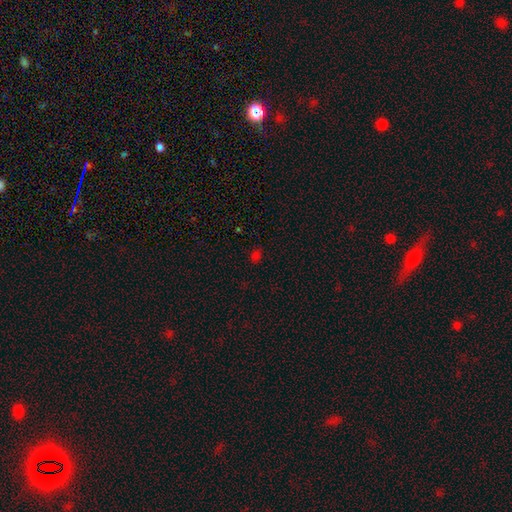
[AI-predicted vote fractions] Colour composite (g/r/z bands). It shows a smooth galaxy with no disk features (64%) that is in between round and cigar-shaped (59%). Merging: none (81%).